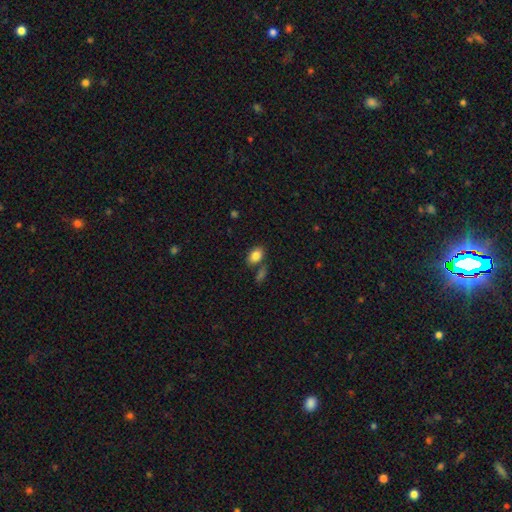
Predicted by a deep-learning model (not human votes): This appears to be a smooth galaxy with no disk features (84%) that is in between round and cigar-shaped (84%). Merging: none (69%).